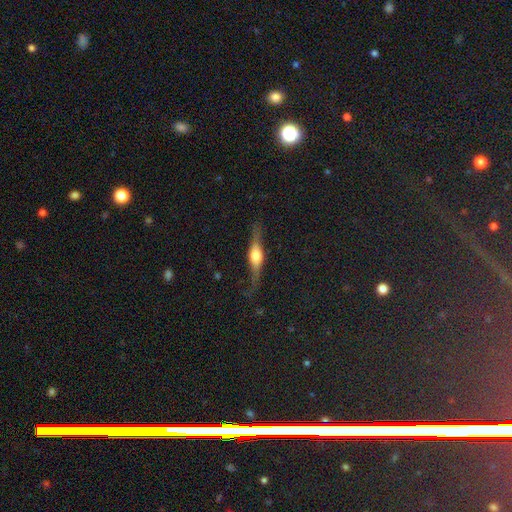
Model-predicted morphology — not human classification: featured or disk 67%, smooth 26%, star or artifact 7%. Down the decision tree: edge-on disk — yes (92%); edge-on bulge — rounded (90%); merging — none (74%).